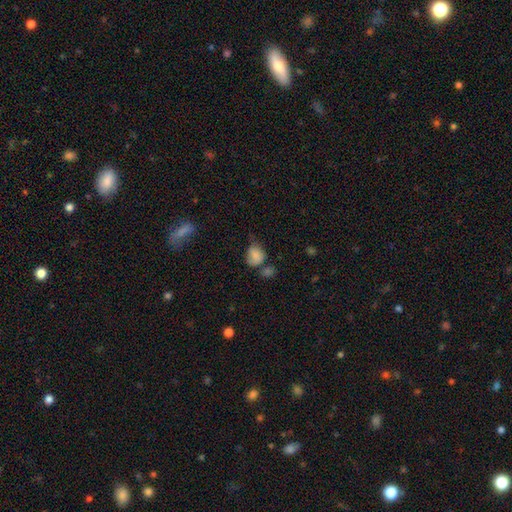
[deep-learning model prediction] smooth-or-featured: smooth: 79% | featured or disk: 11% | star or artifact: 10%
  how-rounded: in between: 51% | round: 48% | cigar-shaped: 1%
  merging: none: 35% | minor disturbance: 33% | merger: 17% | major disturbance: 15%